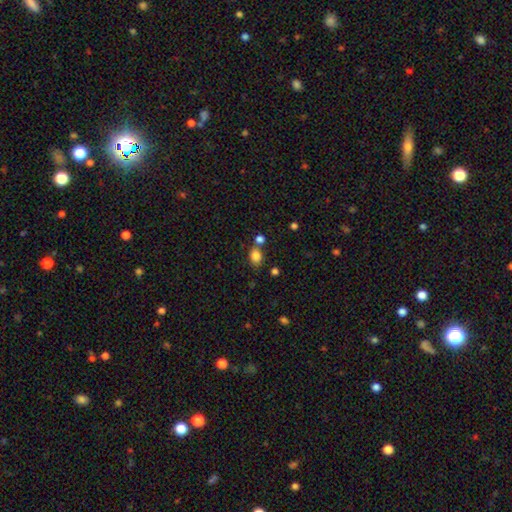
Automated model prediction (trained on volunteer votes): Smooth or featured: smooth — 83% (star or artifact — 11%)
How rounded: in between — 68% (round — 31%)
Merging: none — 65% (merger — 19%)